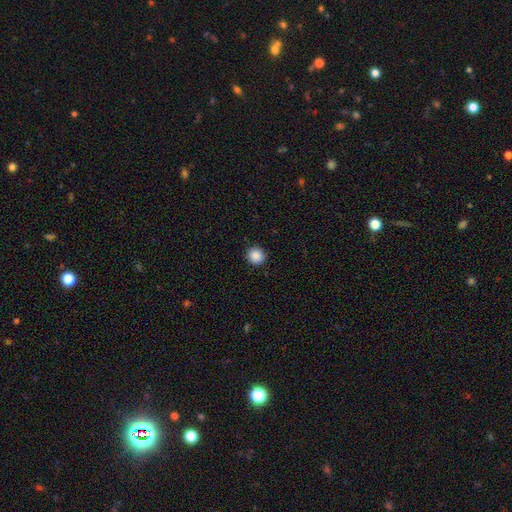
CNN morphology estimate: A smooth galaxy with no disk features (89%) that is round (91%).

Vote fractions:
- Smooth or featured? smooth: 89% / star or artifact: 9% / featured or disk: 3%
- How rounded? round: 91% / in between: 8% / cigar-shaped: 1%
- Merging? none: 92% / minor disturbance: 6% / major disturbance: 2% / merger: 1%